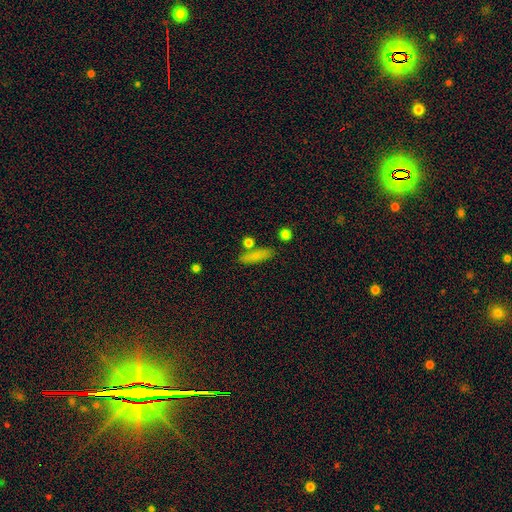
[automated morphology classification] Smooth or featured?
  - smooth: 76% *
  - featured or disk: 14%
  - star or artifact: 10%
How rounded?
  - cigar-shaped: 72% *
  - in between: 24%
  - round: 5%
Merging?
  - none: 76% *
  - minor disturbance: 11%
  - merger: 9%
  - major disturbance: 4%